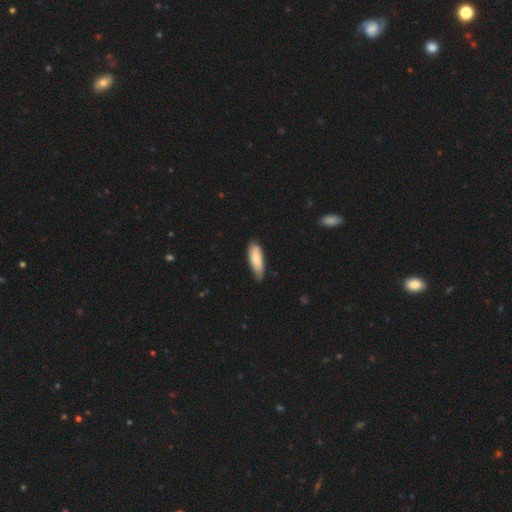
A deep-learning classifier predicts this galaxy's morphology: Smooth or featured: smooth — 79% (featured or disk — 15%)
How rounded: in between — 56% (cigar-shaped — 42%)
Merging: none — 73% (minor disturbance — 23%)